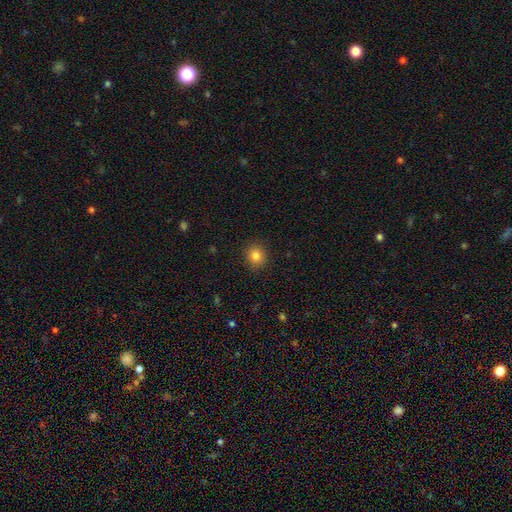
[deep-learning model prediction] This appears to be a smooth galaxy with no disk features (84%) that is round (80%). Merging: none (90%).